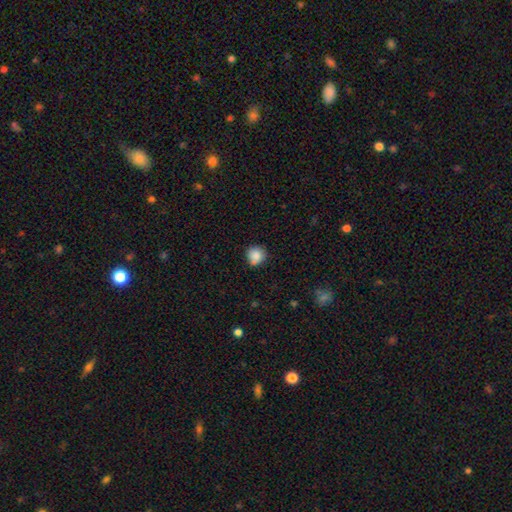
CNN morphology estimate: Smooth or featured?
  - smooth: 85% *
  - star or artifact: 9%
  - featured or disk: 6%
How rounded?
  - round: 89% *
  - in between: 10%
  - cigar-shaped: 1%
Merging?
  - none: 68% *
  - minor disturbance: 20%
  - merger: 8%
  - major disturbance: 4%